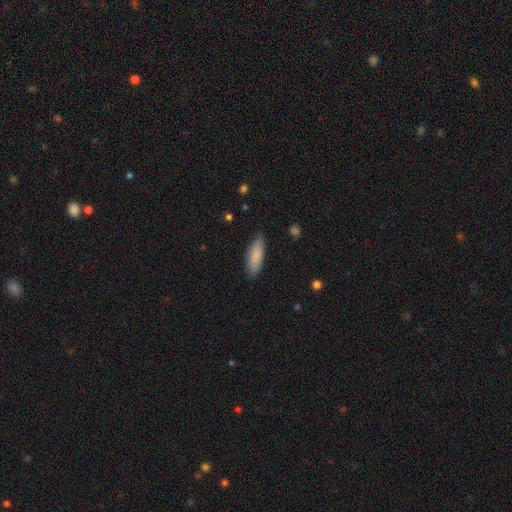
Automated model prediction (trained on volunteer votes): A smooth galaxy with no disk features (85%) that is in between round and cigar-shaped (55%).

Vote fractions:
- Smooth or featured? smooth: 85% / featured or disk: 9% / star or artifact: 6%
- How rounded? in between: 55% / cigar-shaped: 43% / round: 2%
- Merging? none: 83% / minor disturbance: 14% / major disturbance: 2% / merger: 1%